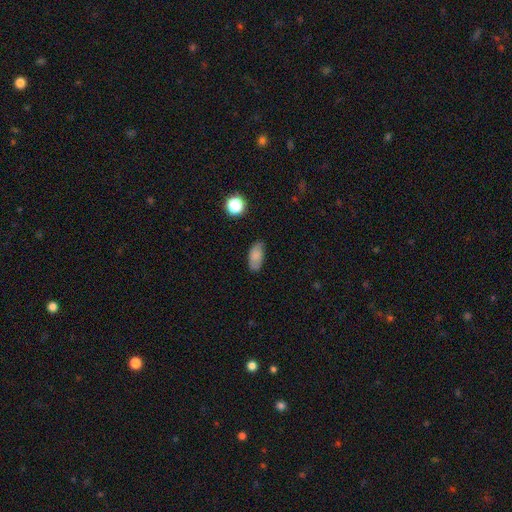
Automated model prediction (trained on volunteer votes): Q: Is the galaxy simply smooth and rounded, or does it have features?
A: smooth — 77%.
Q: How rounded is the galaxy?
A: in between — 90%.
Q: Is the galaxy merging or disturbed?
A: none — 70%.